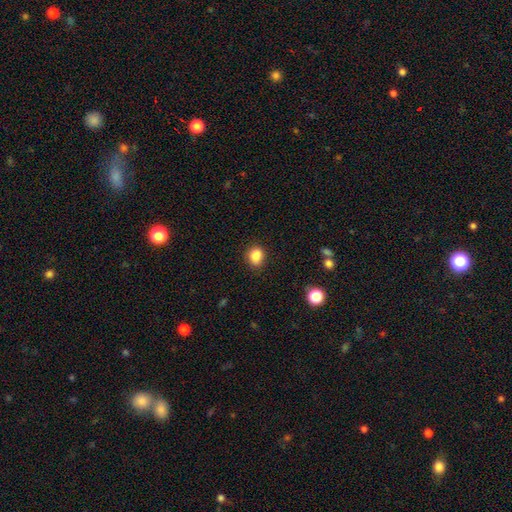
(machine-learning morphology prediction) A smooth galaxy with no disk features (86%) that is round (51%). Merging: none (80%).